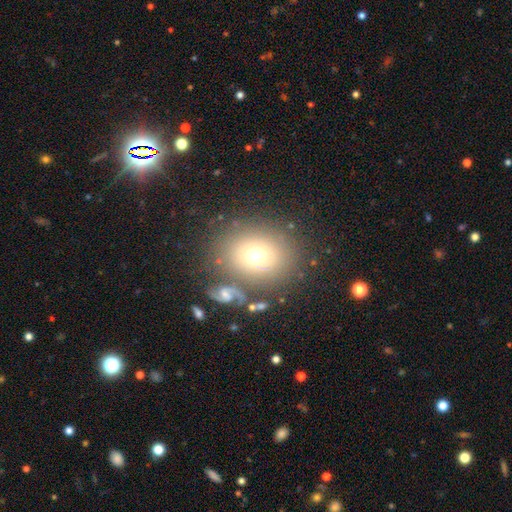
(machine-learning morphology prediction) Smooth or featured? Predicted: smooth (p=0.66). How rounded? Predicted: round (p=0.61). Merging? Predicted: none (p=0.71).